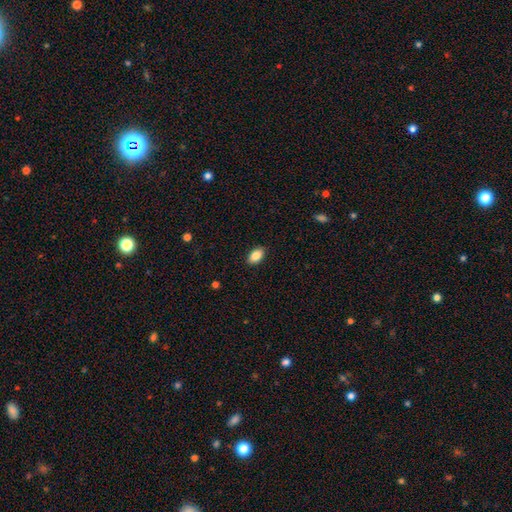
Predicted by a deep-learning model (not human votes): A smooth galaxy with no disk features (88%) that is in between round and cigar-shaped (92%).

Vote fractions:
- Smooth or featured? smooth: 88% / star or artifact: 7% / featured or disk: 5%
- How rounded? in between: 92% / round: 5% / cigar-shaped: 2%
- Merging? none: 90% / minor disturbance: 8% / major disturbance: 2% / merger: 1%